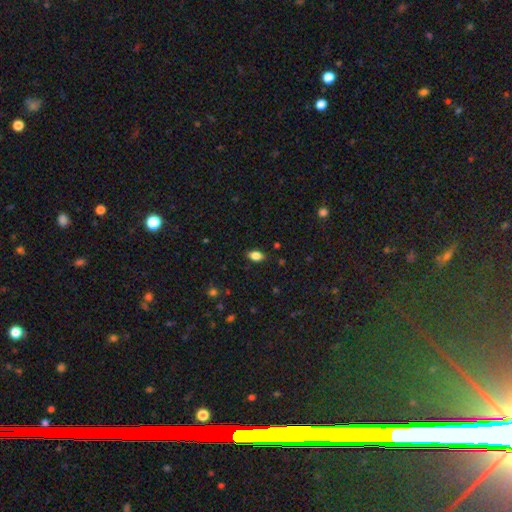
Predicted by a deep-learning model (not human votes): A smooth galaxy with no disk features (84%) that is in between round and cigar-shaped (87%).

Vote fractions:
- Smooth or featured? smooth: 84% / star or artifact: 10% / featured or disk: 7%
- How rounded? in between: 87% / round: 10% / cigar-shaped: 3%
- Merging? none: 85% / minor disturbance: 11% / major disturbance: 2% / merger: 1%